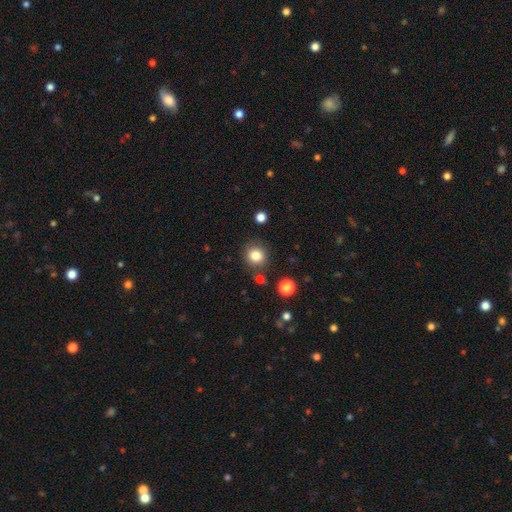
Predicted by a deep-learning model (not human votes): Smooth or featured? smooth (83%)
How rounded? round (88%)
Merging? none (82%)